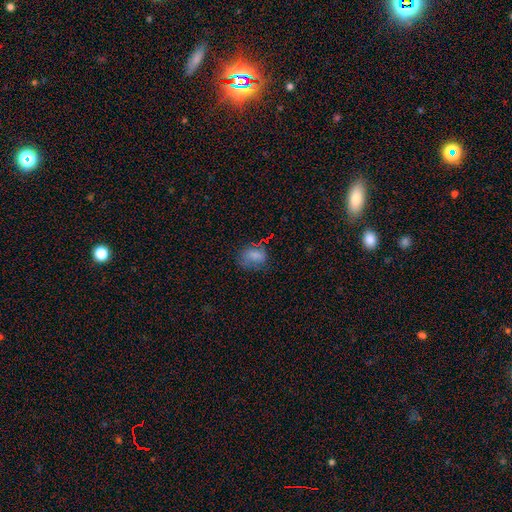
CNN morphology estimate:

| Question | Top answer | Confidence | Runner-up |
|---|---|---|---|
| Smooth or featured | smooth | 71% | star or artifact (16%) |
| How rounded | in between | 67% | round (31%) |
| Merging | none | 62% | minor disturbance (25%) |